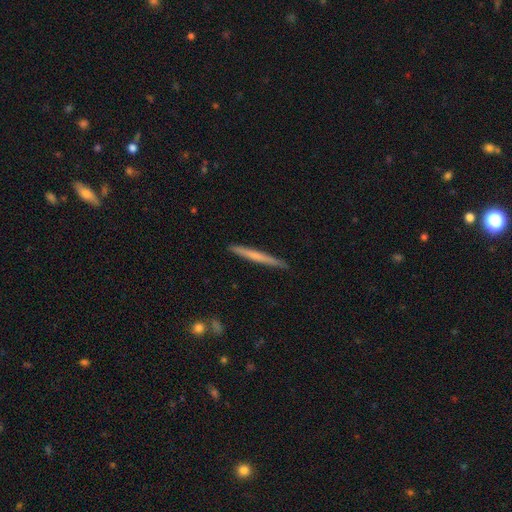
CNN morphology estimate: Q: Smooth or featured?
A: smooth (55%); runner-up: featured or disk (40%)
Q: How rounded?
A: cigar-shaped (97%); runner-up: in between (2%)
Q: Merging?
A: none (91%); runner-up: minor disturbance (7%)